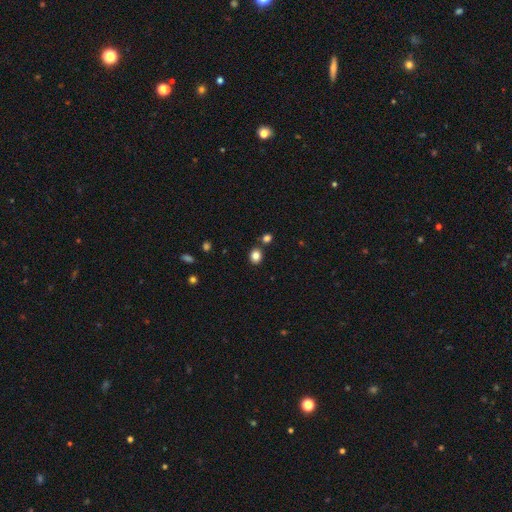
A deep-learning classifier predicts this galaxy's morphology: Smooth or featured? smooth (83%)
How rounded? round (62%)
Merging? none (79%)